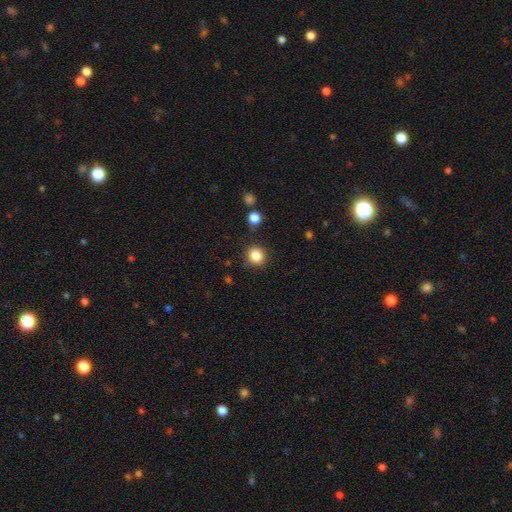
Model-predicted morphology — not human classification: A smooth galaxy with no disk features (85%) that is round (89%).

Vote fractions:
- Smooth or featured? smooth: 85% / star or artifact: 11% / featured or disk: 4%
- How rounded? round: 89% / in between: 10% / cigar-shaped: 1%
- Merging? none: 87% / minor disturbance: 8% / major disturbance: 3% / merger: 2%